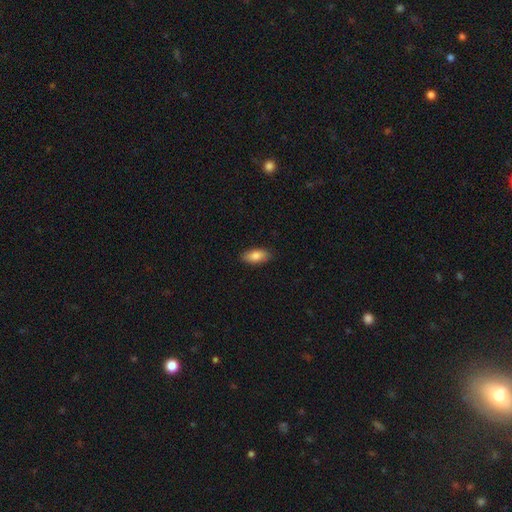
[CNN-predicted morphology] smooth_or_featured: smooth (p=0.84) [alt: featured or disk p=0.10]
how_rounded: in between (p=0.88) [alt: cigar-shaped p=0.09]
merging: none (p=0.88) [alt: minor disturbance p=0.09]